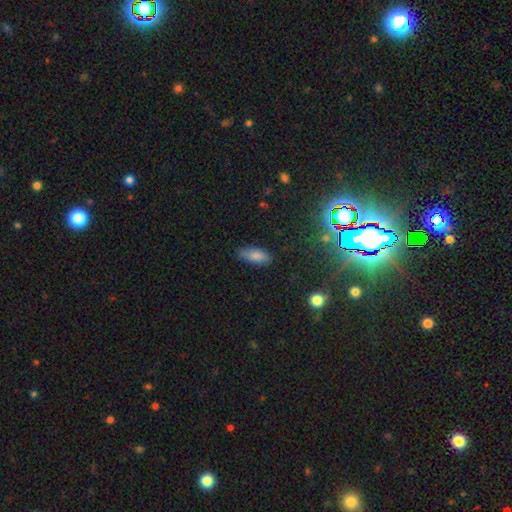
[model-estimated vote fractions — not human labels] Q: Smooth or featured?
A: smooth (84%); runner-up: star or artifact (8%)
Q: How rounded?
A: in between (82%); runner-up: cigar-shaped (16%)
Q: Merging?
A: none (82%); runner-up: minor disturbance (14%)